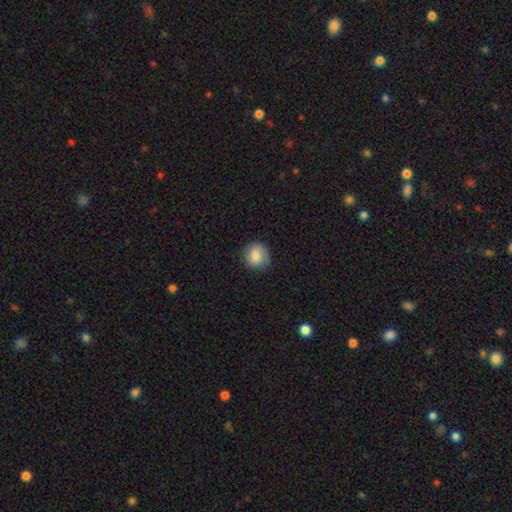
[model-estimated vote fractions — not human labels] Smooth or featured? smooth (80%)
How rounded? round (88%)
Merging? none (81%)